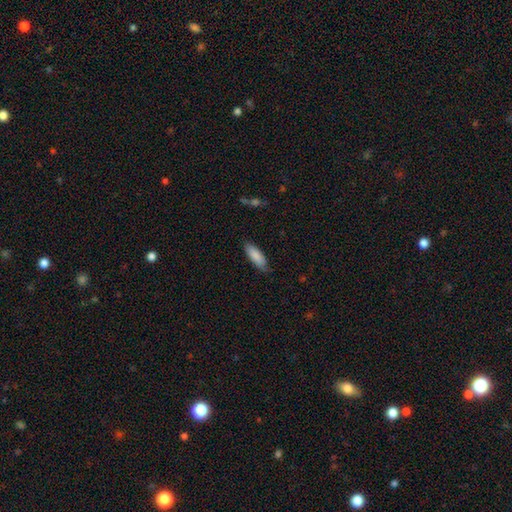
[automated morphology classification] Smooth or featured? smooth (86%)
How rounded? in between (62%)
Merging? none (77%)